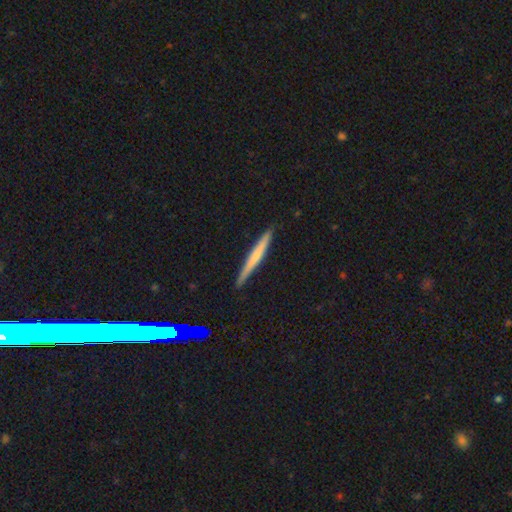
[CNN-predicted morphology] Smooth or featured?
  - smooth: 52% *
  - featured or disk: 42%
  - star or artifact: 6%
How rounded?
  - cigar-shaped: 97% *
  - in between: 2%
  - round: 1%
Merging?
  - none: 90% *
  - minor disturbance: 7%
  - major disturbance: 1%
  - merger: 1%